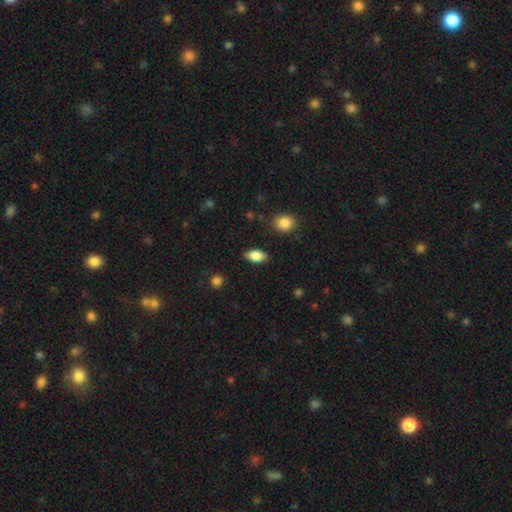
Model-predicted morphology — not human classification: type=smooth (83%); roundness=in between (89%); merging=none (84%).